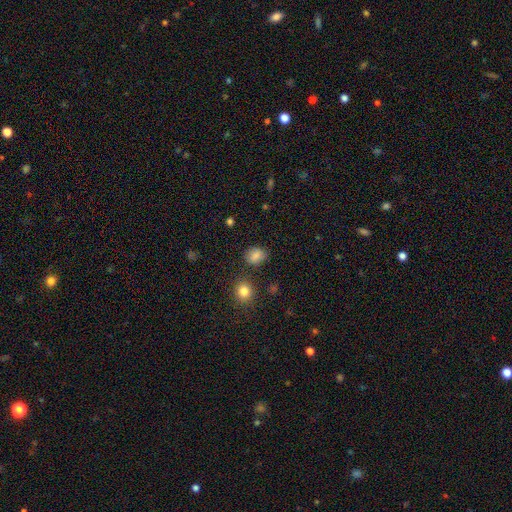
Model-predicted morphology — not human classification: type=smooth (83%); roundness=round (52%); merging=none (79%).